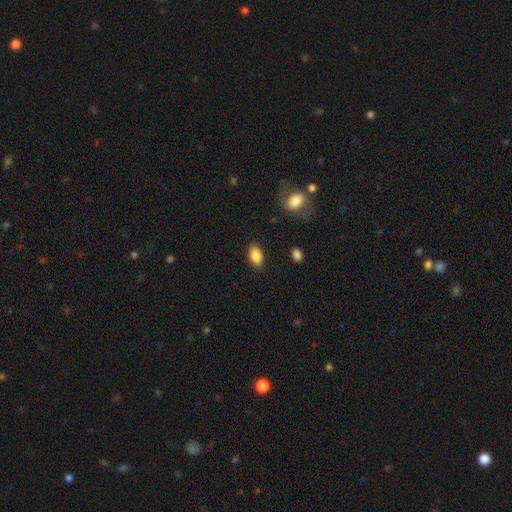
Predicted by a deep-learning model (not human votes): A smooth galaxy with no disk features (87%) that is in between round and cigar-shaped (91%). Merging: none (87%).